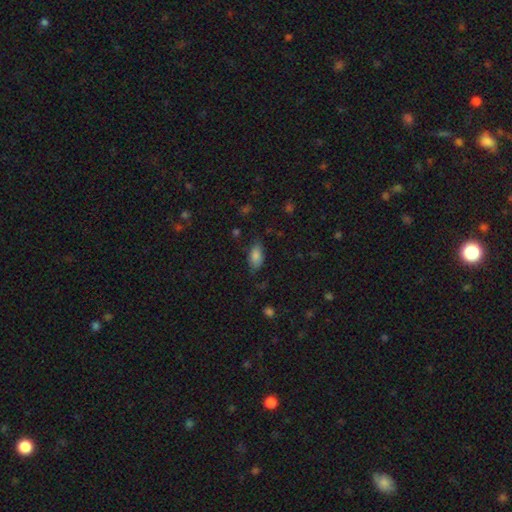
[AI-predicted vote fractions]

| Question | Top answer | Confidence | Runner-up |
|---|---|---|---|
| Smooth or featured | smooth | 82% | featured or disk (9%) |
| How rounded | in between | 89% | cigar-shaped (8%) |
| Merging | none | 74% | minor disturbance (20%) |